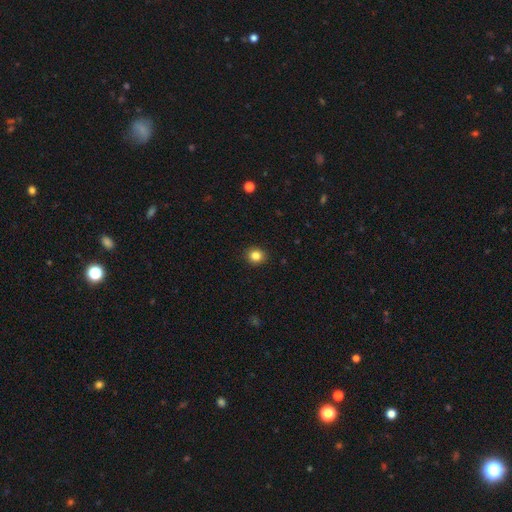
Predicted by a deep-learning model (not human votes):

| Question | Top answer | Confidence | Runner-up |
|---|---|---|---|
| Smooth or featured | smooth | 84% | star or artifact (11%) |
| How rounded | round | 83% | in between (16%) |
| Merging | none | 92% | minor disturbance (6%) |